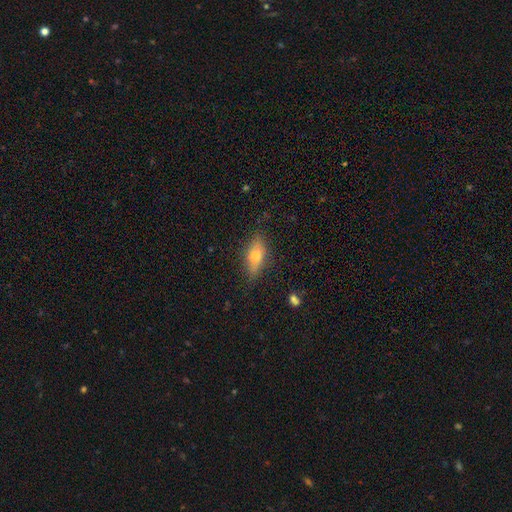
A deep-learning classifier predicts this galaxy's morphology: Smooth or featured? Predicted: smooth (p=0.59). How rounded? Predicted: in between (p=0.72). Merging? Predicted: none (p=0.81).